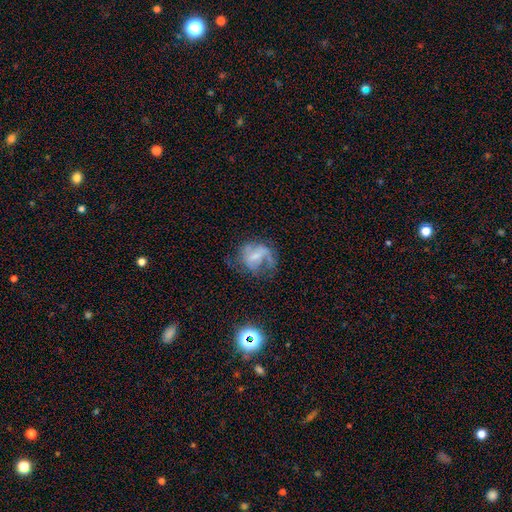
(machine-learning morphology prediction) This appears to be a featured or disk galaxy (63%) with a weak bar (46%), spiral arms (73%) and a small central bulge (45%). Merging: none (38%).